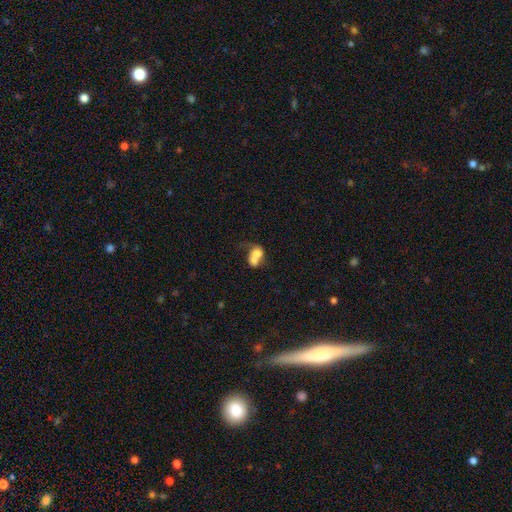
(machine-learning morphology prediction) smooth_or_featured: smooth (p=0.65) [alt: featured or disk p=0.25]
how_rounded: in between (p=0.55) [alt: round p=0.44]
merging: merger (p=0.75) [alt: none p=0.12]